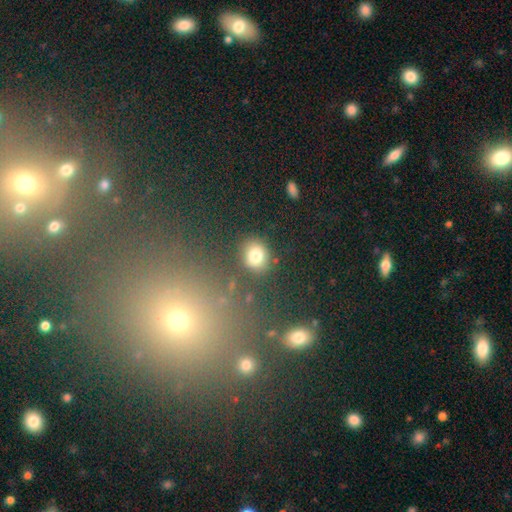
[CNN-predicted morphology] Overall: smooth (79%). How rounded: round (71%). Merging: none (82%).